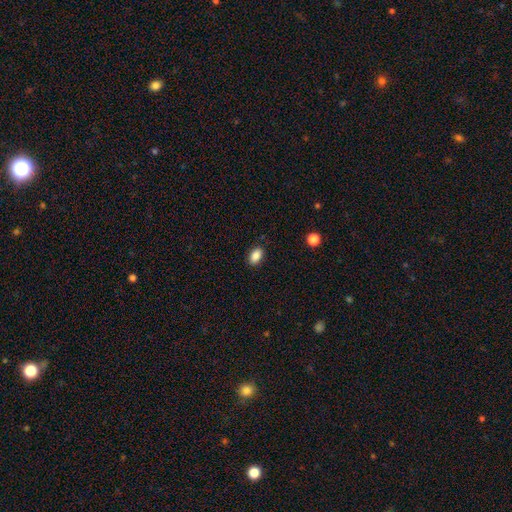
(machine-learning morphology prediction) smooth 87%, star or artifact 9%, featured or disk 4%. Down the decision tree: how rounded — in between (88%); merging — none (89%).